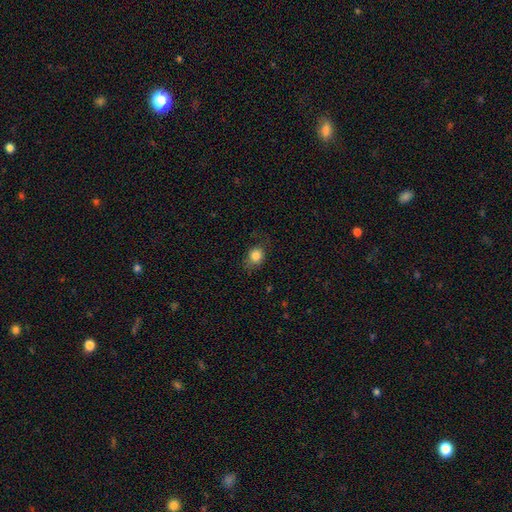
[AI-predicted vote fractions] A smooth galaxy with no disk features (83%) that is round (62%).

Vote fractions:
- Smooth or featured? smooth: 83% / star or artifact: 10% / featured or disk: 7%
- How rounded? round: 62% / in between: 37% / cigar-shaped: 1%
- Merging? none: 69% / minor disturbance: 22% / major disturbance: 8% / merger: 1%